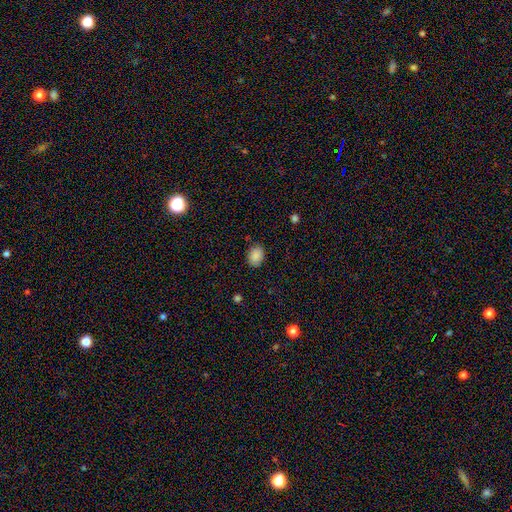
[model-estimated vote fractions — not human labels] Smooth or featured?
  - smooth: 88% *
  - star or artifact: 9%
  - featured or disk: 4%
How rounded?
  - in between: 69% *
  - round: 31%
  - cigar-shaped: 1%
Merging?
  - none: 84% *
  - minor disturbance: 12%
  - major disturbance: 3%
  - merger: 1%